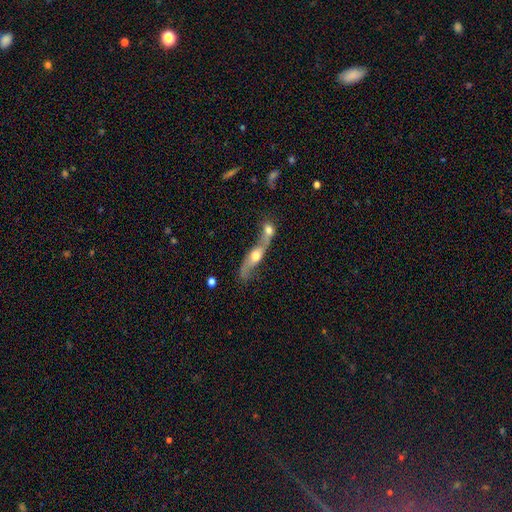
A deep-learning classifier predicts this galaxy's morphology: Q: Smooth or featured?
A: featured or disk (60%); runner-up: smooth (33%)
Q: Edge-on disk?
A: no (64%); runner-up: yes (36%)
Q: Merging?
A: merger (59%); runner-up: none (24%)